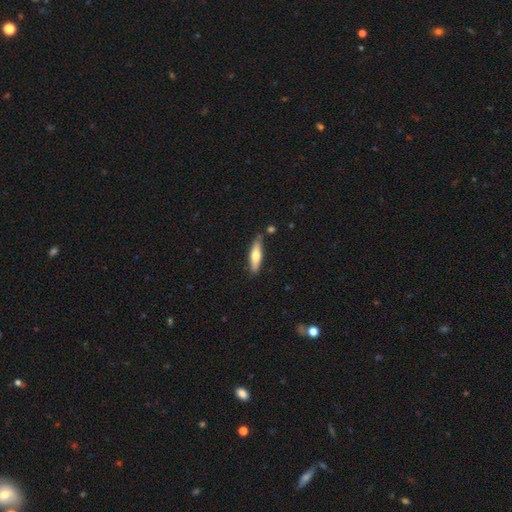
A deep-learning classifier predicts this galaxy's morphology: type=smooth (58%); roundness=cigar-shaped (68%); merging=none (81%).